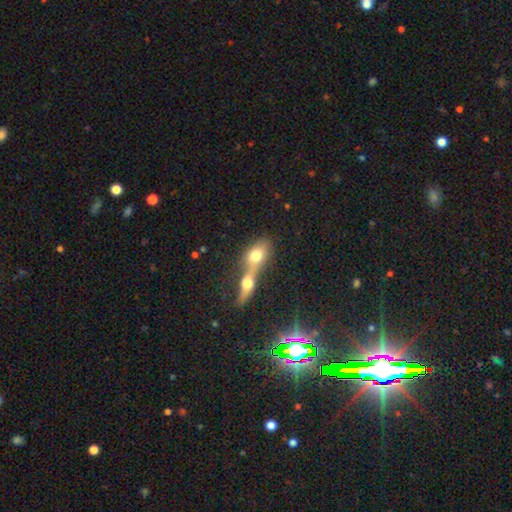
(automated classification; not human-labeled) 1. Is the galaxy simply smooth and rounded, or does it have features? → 67% smooth, 24% featured or disk, 9% star or artifact.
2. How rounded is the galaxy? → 71% in between, 21% round, 8% cigar-shaped.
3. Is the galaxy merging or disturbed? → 66% merger, 23% none, 6% minor disturbance, 4% major disturbance.